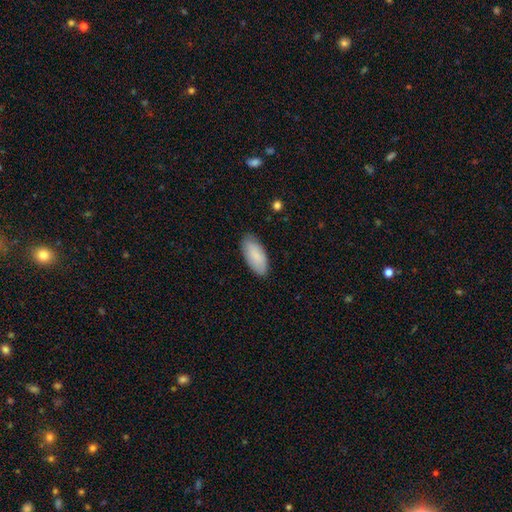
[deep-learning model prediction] Smooth or featured? Predicted: smooth (p=0.86). How rounded? Predicted: in between (p=0.91). Merging? Predicted: none (p=0.84).